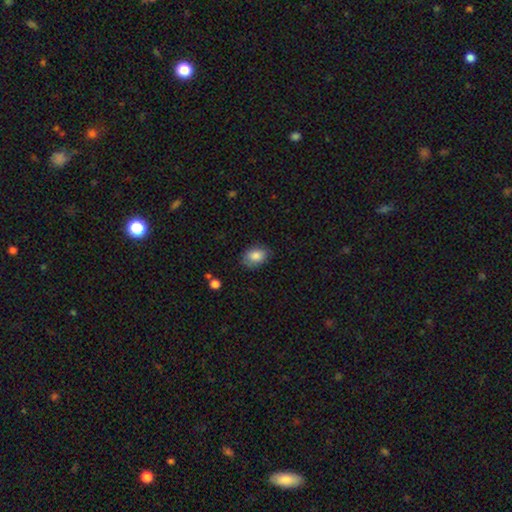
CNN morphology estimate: This is clearly a smooth galaxy (85%). How rounded: likely in between (76%). Merging: likely none (76%).